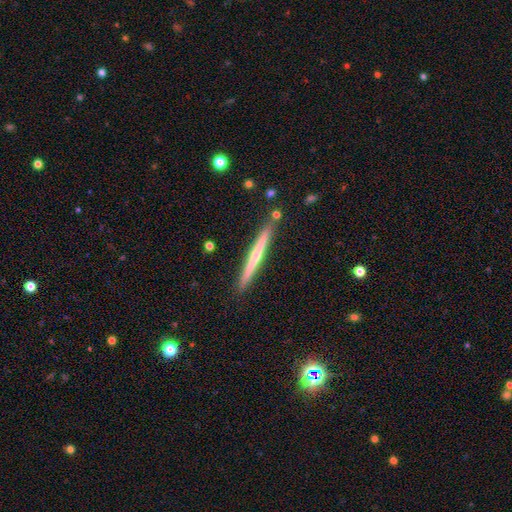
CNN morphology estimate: This appears to be a featured or disk galaxy (62%) viewed edge-on (98%) with a rounded central bulge (55%). Merging: none (90%).